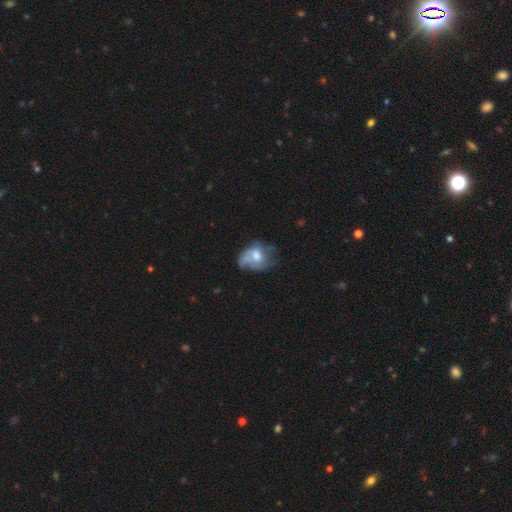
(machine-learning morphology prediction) Q: Smooth or featured?
A: featured or disk (48%); runner-up: smooth (43%)
Q: Merging?
A: none (36%); runner-up: major disturbance (31%)